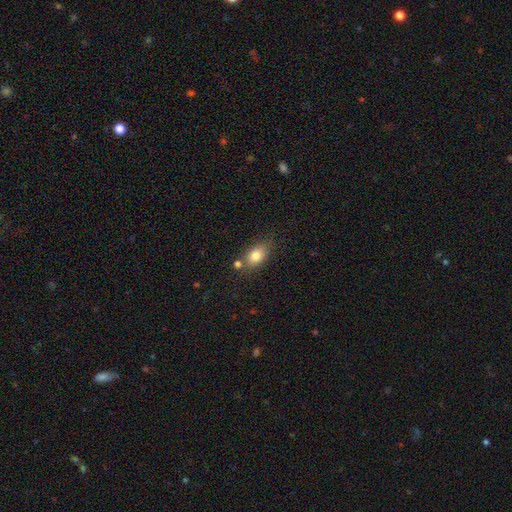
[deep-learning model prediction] Smooth or featured? smooth (80%)
How rounded? in between (78%)
Merging? none (66%)